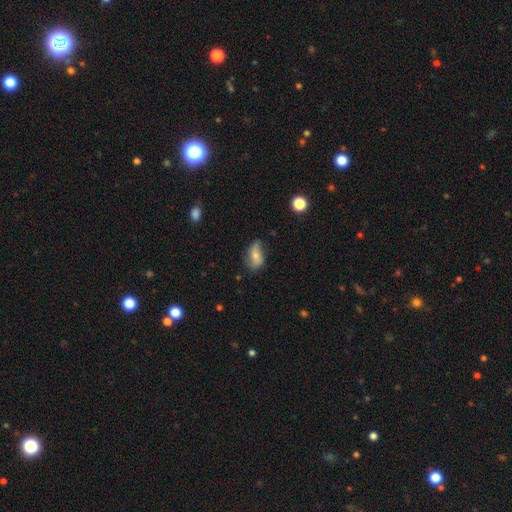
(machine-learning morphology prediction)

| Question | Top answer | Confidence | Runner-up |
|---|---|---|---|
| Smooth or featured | smooth | 61% | featured or disk (31%) |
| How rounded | in between | 87% | round (8%) |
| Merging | none | 58% | minor disturbance (31%) |